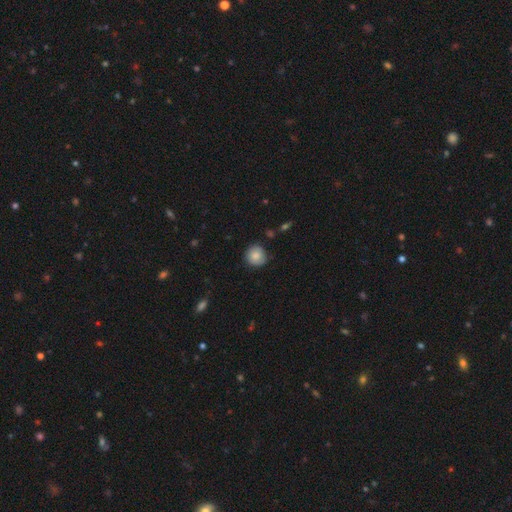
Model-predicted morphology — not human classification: The model was most divided on "merging": none: 80%, minor disturbance: 15%, major disturbance: 3%, merger: 1%. More confident: how rounded — round (91%); smooth or featured — smooth (82%).